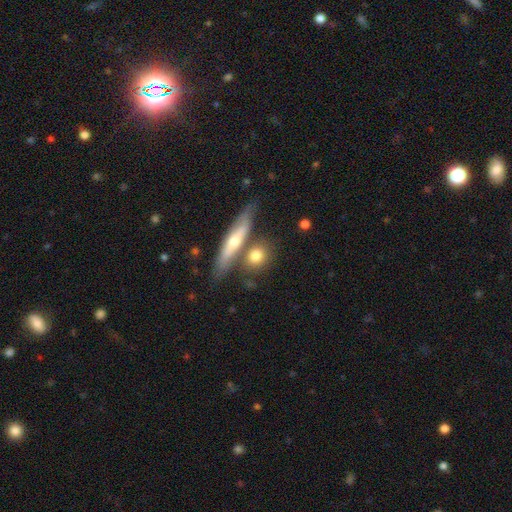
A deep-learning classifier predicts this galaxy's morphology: Smooth or featured?
  - smooth: 69% *
  - featured or disk: 25%
  - star or artifact: 7%
How rounded?
  - round: 49% *
  - in between: 29%
  - cigar-shaped: 22%
Merging?
  - none: 58% *
  - merger: 25%
  - minor disturbance: 13%
  - major disturbance: 5%